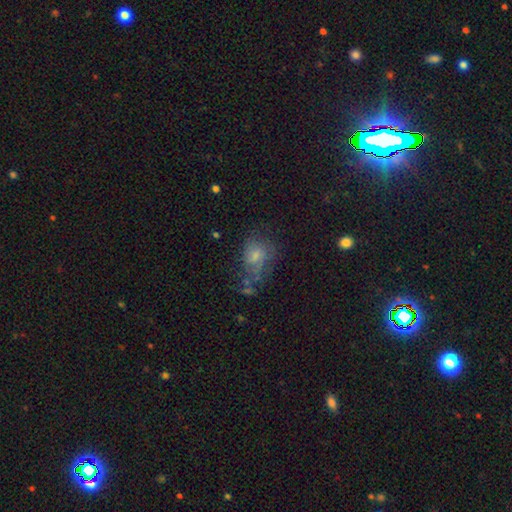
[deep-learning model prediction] smooth_or_featured: smooth (p=0.45) [alt: featured or disk p=0.37]
merging: none (p=0.40) [alt: major disturbance p=0.28]